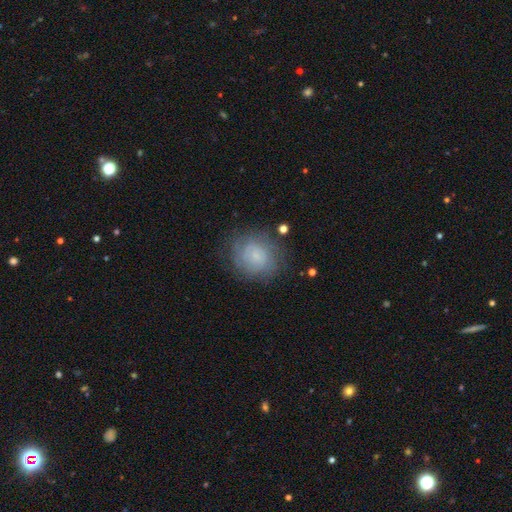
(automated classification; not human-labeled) Overall: smooth (53%; featured or disk 37%). How rounded: round (76%). Merging: none (72%).